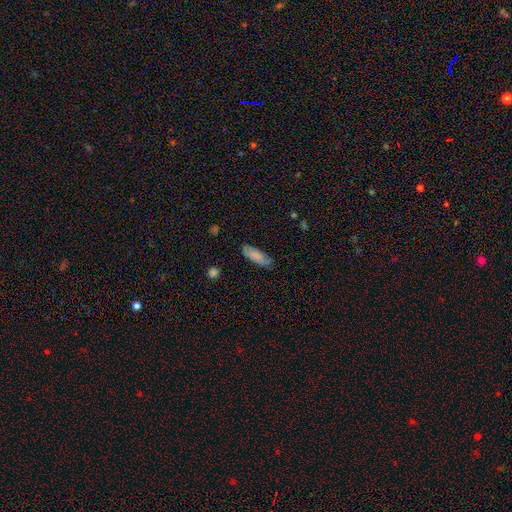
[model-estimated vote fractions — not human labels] The model was most divided on "how rounded": in between: 62%, cigar-shaped: 37%, round: 2%. More confident: smooth or featured — smooth (79%); merging — none (77%).